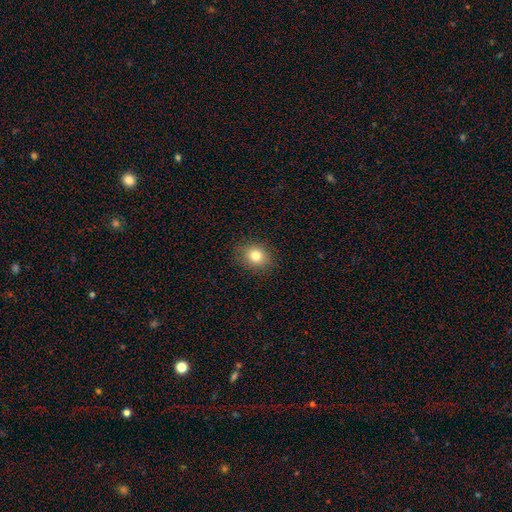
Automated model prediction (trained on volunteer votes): smooth-or-featured: smooth: 80% | star or artifact: 11% | featured or disk: 9%
  how-rounded: round: 64% | in between: 35% | cigar-shaped: 1%
  merging: none: 87% | minor disturbance: 9% | major disturbance: 3% | merger: 1%